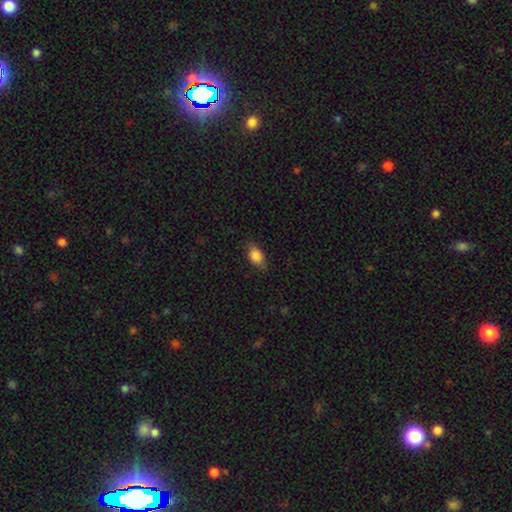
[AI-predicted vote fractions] Smooth or featured: smooth — 86% (star or artifact — 8%)
How rounded: in between — 82% (round — 16%)
Merging: none — 78% (minor disturbance — 17%)